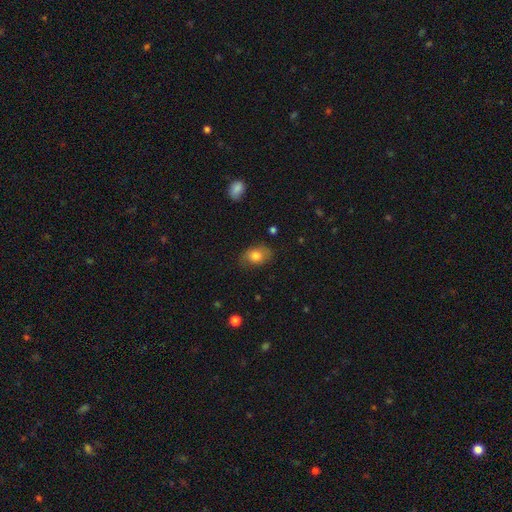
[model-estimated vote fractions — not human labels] Morphology: type=smooth (78%); roundness=in between (77%); merging=none (74%).